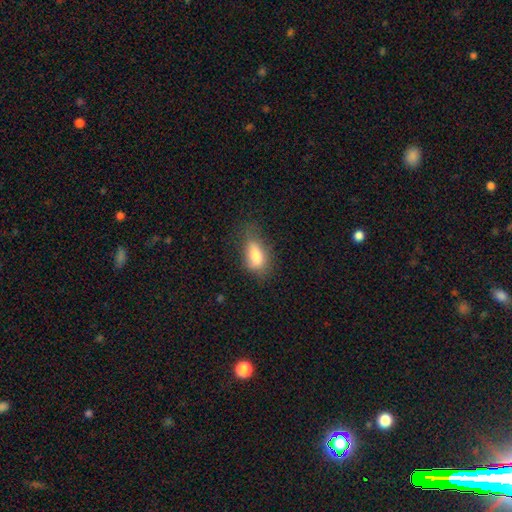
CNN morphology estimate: The model was most divided on "merging": none: 50%, minor disturbance: 32%, major disturbance: 16%, merger: 2%. More confident: how rounded — in between (88%); smooth or featured — smooth (77%).